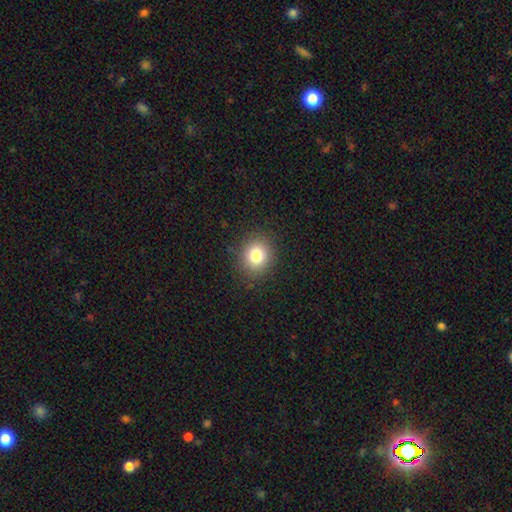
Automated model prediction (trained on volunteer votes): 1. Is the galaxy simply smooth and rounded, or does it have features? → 81% smooth, 13% star or artifact, 7% featured or disk.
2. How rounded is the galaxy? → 79% round, 20% in between, 1% cigar-shaped.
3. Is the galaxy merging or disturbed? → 91% none, 6% minor disturbance, 2% major disturbance, 1% merger.